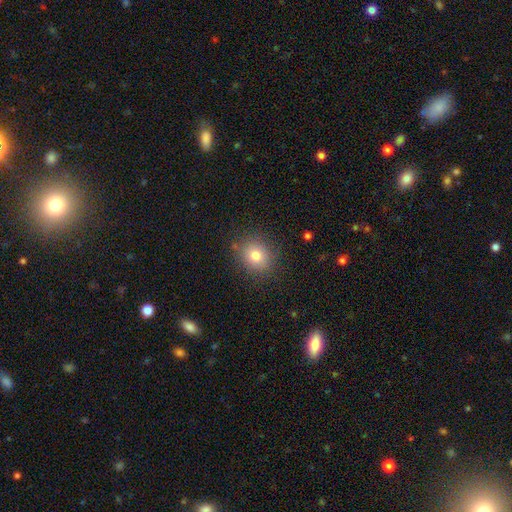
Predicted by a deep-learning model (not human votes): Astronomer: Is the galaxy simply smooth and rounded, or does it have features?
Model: smooth — 77%.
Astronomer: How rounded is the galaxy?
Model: round — 80%.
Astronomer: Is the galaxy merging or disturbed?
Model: none — 84%.